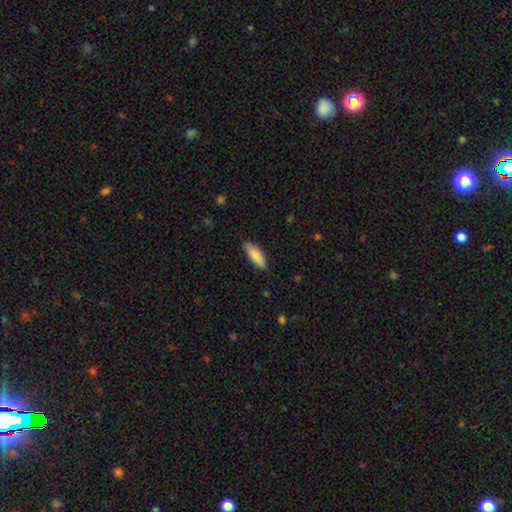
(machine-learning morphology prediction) Smooth or featured? Predicted: smooth (p=0.88). How rounded? Predicted: in between (p=0.67). Merging? Predicted: none (p=0.83).